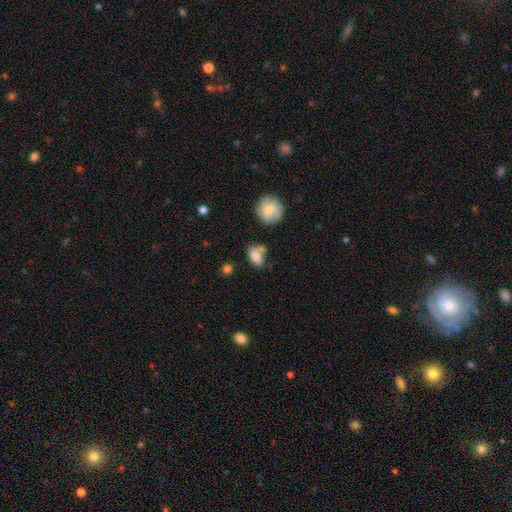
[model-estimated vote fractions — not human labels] A smooth galaxy with no disk features (81%) that is in between round and cigar-shaped (85%).

Vote fractions:
- Smooth or featured? smooth: 81% / featured or disk: 11% / star or artifact: 9%
- How rounded? in between: 85% / round: 10% / cigar-shaped: 4%
- Merging? none: 53% / minor disturbance: 20% / merger: 20% / major disturbance: 7%